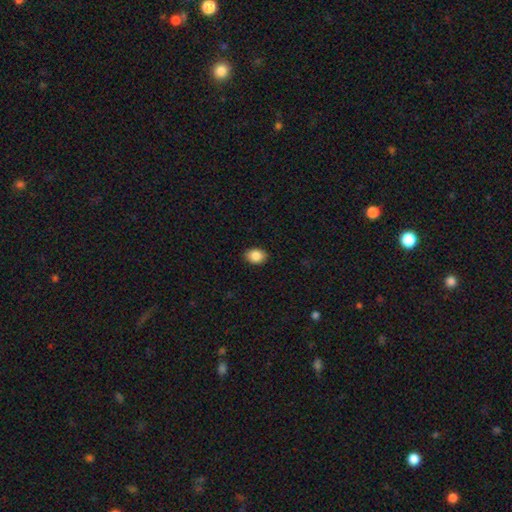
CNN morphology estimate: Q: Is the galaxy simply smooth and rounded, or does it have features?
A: smooth — 87%.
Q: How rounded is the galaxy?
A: in between — 65%.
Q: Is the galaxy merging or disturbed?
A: none — 88%.